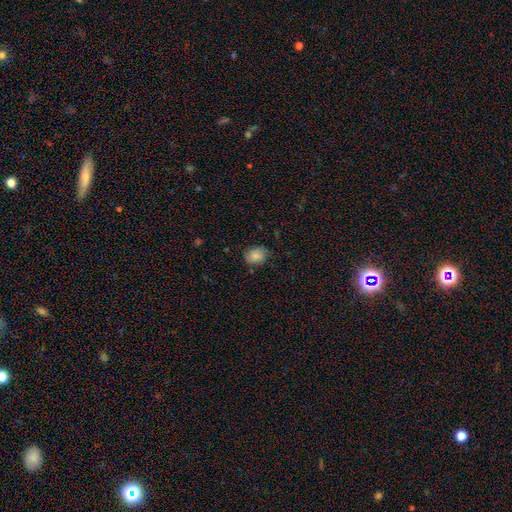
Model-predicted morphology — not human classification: This is clearly a smooth galaxy (83%). How rounded: possibly round (50%). Merging: likely none (77%).